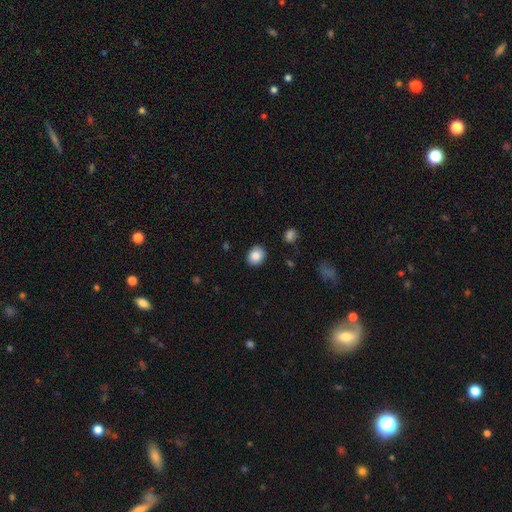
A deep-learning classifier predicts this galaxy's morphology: Smooth or featured? smooth (85%)
How rounded? round (59%)
Merging? none (87%)